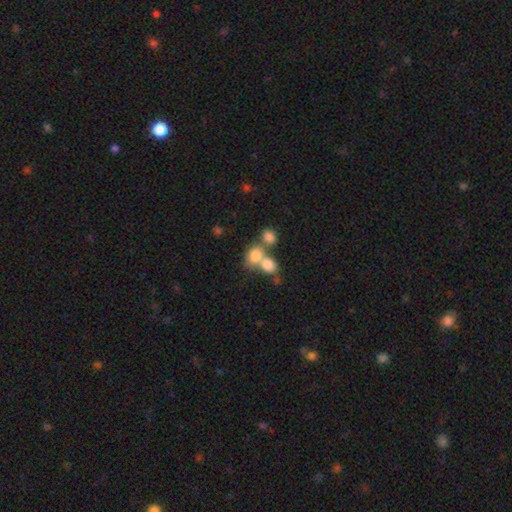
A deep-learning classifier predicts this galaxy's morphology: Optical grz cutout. It shows a smooth galaxy with no disk features (76%) that is round (50%). Merging: merger (57%).